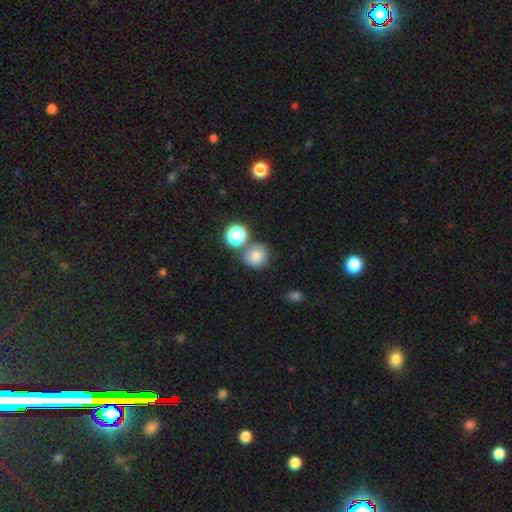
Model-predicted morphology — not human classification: This is likely a smooth galaxy (76%). How rounded: clearly round (86%). Merging: likely none (66%).